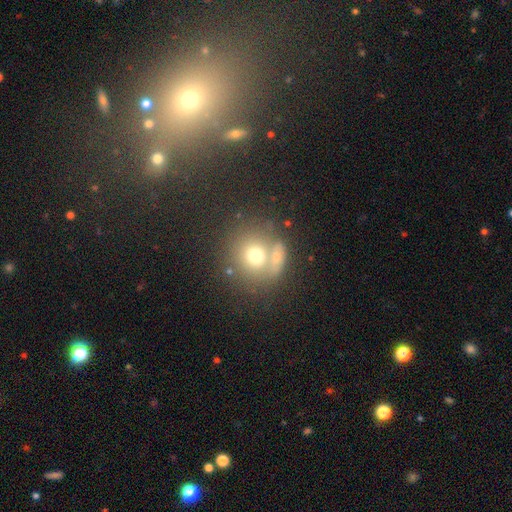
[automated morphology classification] This appears to be a smooth galaxy with no disk features (69%) that is round (86%). Merging: none (52%).